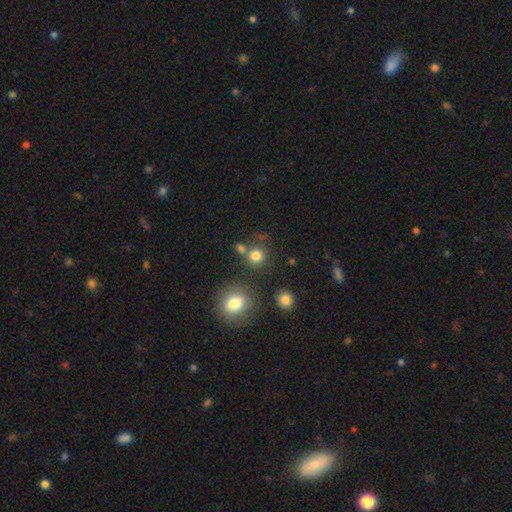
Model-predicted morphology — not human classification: type=smooth (79%); roundness=round (87%); merging=none (67%).